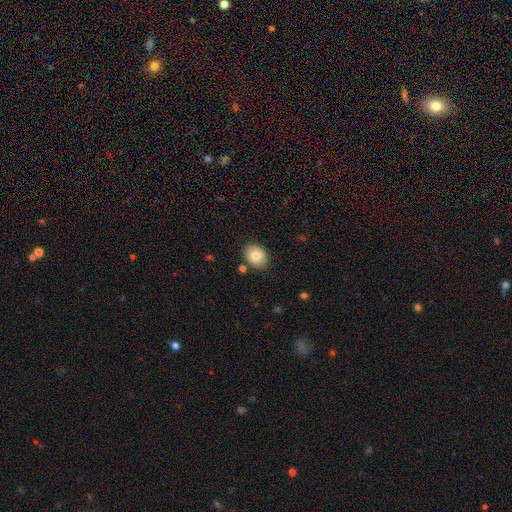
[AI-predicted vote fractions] The model was most divided on "how rounded": in between: 59%, round: 40%, cigar-shaped: 1%. More confident: merging — none (84%); smooth or featured — smooth (82%).